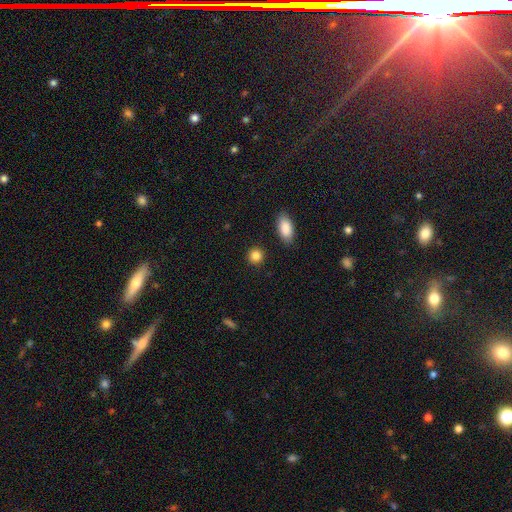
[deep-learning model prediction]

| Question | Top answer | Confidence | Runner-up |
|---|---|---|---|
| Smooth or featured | smooth | 86% | star or artifact (9%) |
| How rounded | round | 86% | in between (13%) |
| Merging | none | 89% | minor disturbance (6%) |